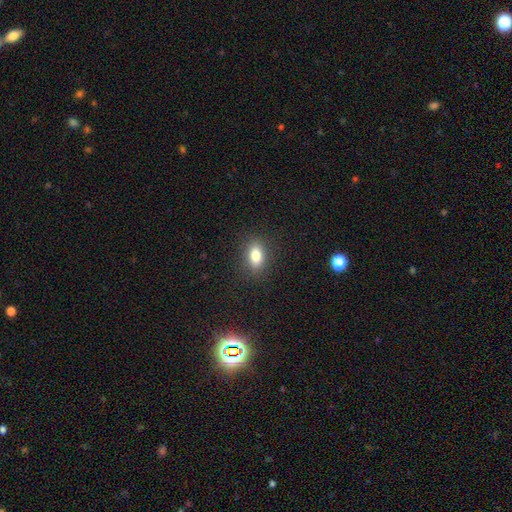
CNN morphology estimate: smooth_or_featured: smooth (p=0.82) [alt: star or artifact p=0.10]
how_rounded: in between (p=0.83) [alt: round p=0.12]
merging: none (p=0.87) [alt: minor disturbance p=0.09]